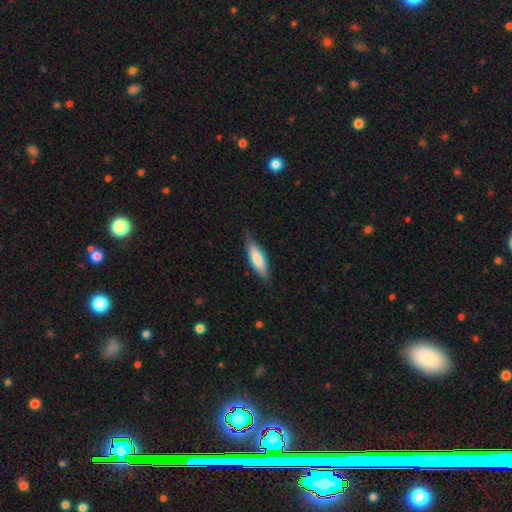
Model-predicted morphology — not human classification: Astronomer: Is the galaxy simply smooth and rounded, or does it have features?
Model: smooth — 70%.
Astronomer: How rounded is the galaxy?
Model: cigar-shaped — 57% (runner-up: in between, 41%).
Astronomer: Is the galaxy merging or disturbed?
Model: none — 78%.